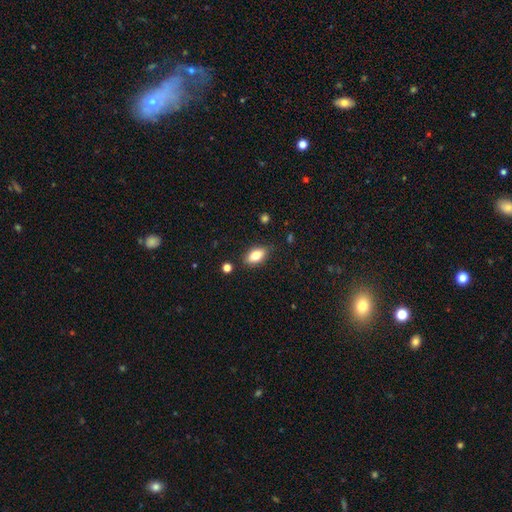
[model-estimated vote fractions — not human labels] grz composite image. It shows a smooth galaxy with no disk features (77%) that is in between round and cigar-shaped (86%). Merging: none (83%).